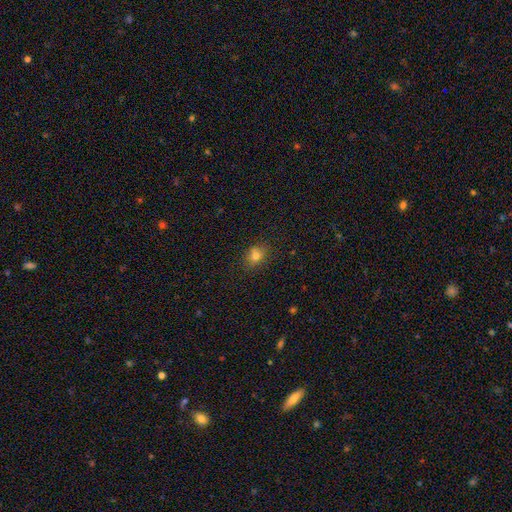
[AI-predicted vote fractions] Morphology: type=smooth (75%); roundness=round (51%); merging=none (76%).